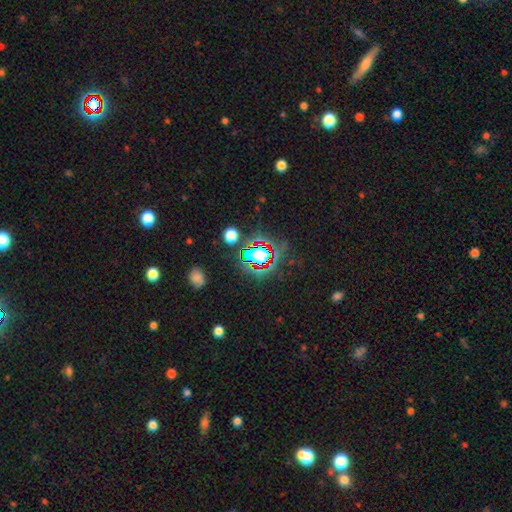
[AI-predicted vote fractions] A star or artifact, not a galaxy (65%).

Vote fractions:
- Smooth or featured? star or artifact: 65% / smooth: 23% / featured or disk: 12%